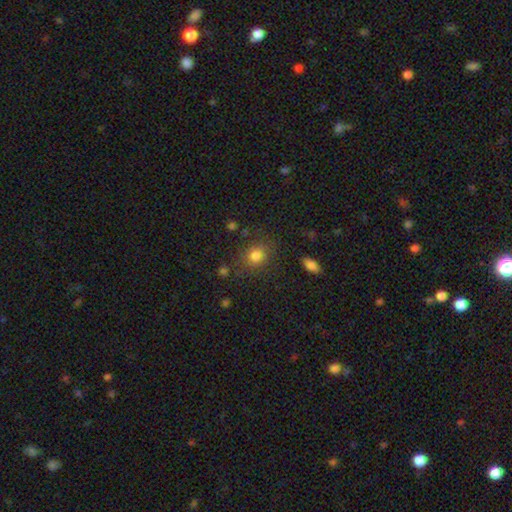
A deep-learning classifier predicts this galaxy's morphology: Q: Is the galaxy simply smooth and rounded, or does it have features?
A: smooth — 80%.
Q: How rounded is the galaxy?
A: round — 69%.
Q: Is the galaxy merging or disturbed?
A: none — 80%.